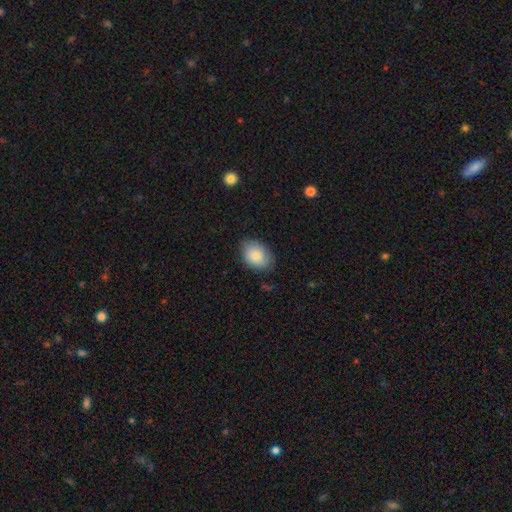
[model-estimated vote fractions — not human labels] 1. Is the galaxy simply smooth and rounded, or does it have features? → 83% smooth, 10% featured or disk, 7% star or artifact.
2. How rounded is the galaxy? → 75% in between, 24% round, 1% cigar-shaped.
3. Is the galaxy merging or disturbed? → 79% none, 17% minor disturbance, 3% major disturbance, 1% merger.